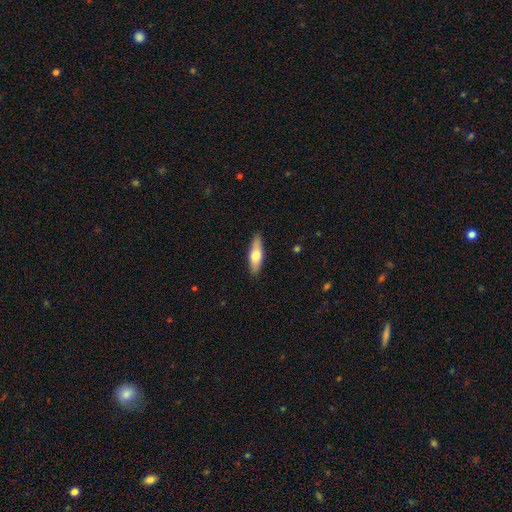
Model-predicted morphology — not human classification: Smooth or featured?
  - smooth: 64% *
  - featured or disk: 30%
  - star or artifact: 5%
How rounded?
  - cigar-shaped: 50% *
  - in between: 47%
  - round: 2%
Merging?
  - none: 89% *
  - minor disturbance: 8%
  - major disturbance: 2%
  - merger: 1%